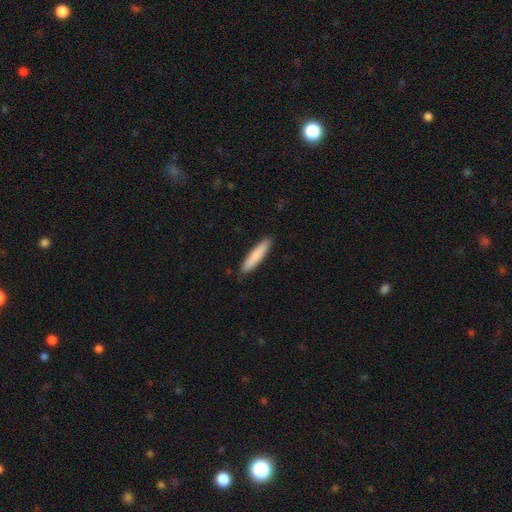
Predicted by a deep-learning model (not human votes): smooth-or-featured: smooth: 83% | featured or disk: 12% | star or artifact: 5%
  how-rounded: cigar-shaped: 89% | in between: 10% | round: 1%
  merging: none: 88% | minor disturbance: 9% | major disturbance: 2% | merger: 1%